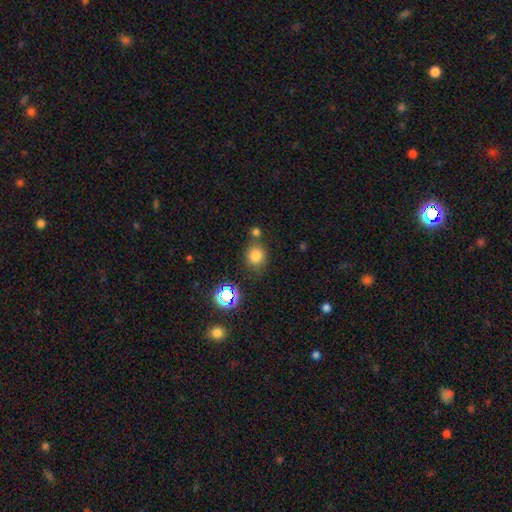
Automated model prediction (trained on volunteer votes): This appears to be a smooth galaxy with no disk features (77%) that is round (80%). Merging: none (71%).